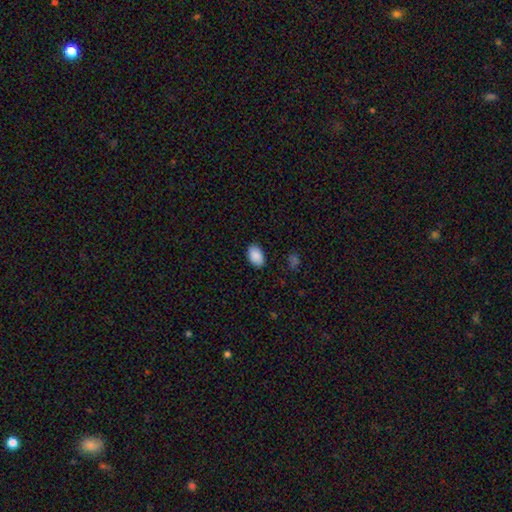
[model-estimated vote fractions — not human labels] Smooth or featured? Predicted: smooth (p=0.90). How rounded? Predicted: in between (p=0.91). Merging? Predicted: none (p=0.87).